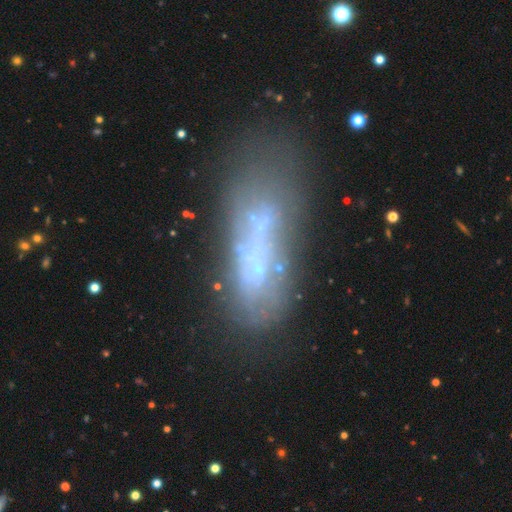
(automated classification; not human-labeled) featured or disk 47%, smooth 35%, star or artifact 19%. Down the decision tree: merging — none (37%).